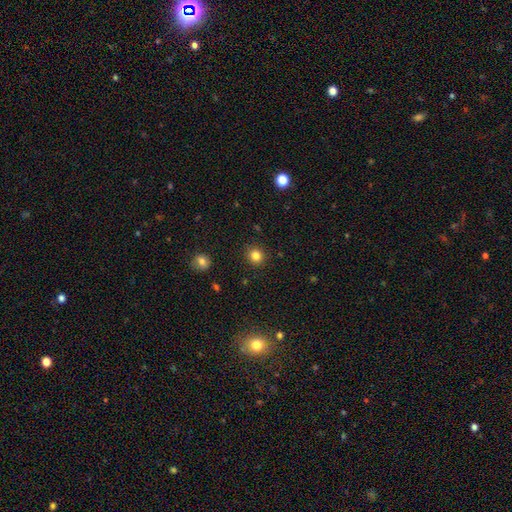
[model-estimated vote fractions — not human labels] This appears to be a smooth galaxy with no disk features (83%) that is round (88%). Merging: none (90%).